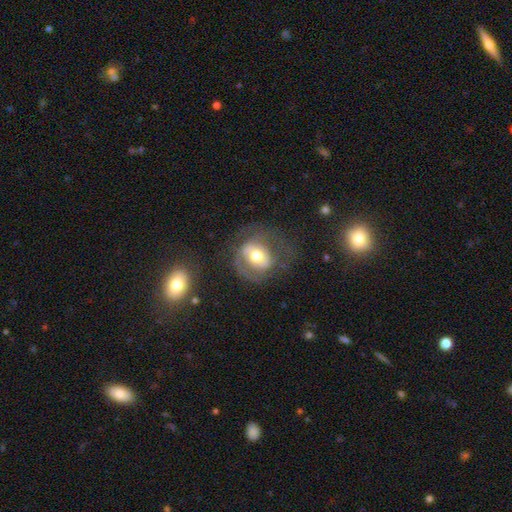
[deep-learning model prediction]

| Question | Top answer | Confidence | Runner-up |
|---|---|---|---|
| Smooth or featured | featured or disk | 55% | smooth (37%) |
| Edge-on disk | no | 95% | yes (5%) |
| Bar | no | 47% | weak (33%) |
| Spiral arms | no | 52% | yes (48%) |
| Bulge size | moderate | 71% | large (16%) |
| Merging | none | 54% | major disturbance (23%) |